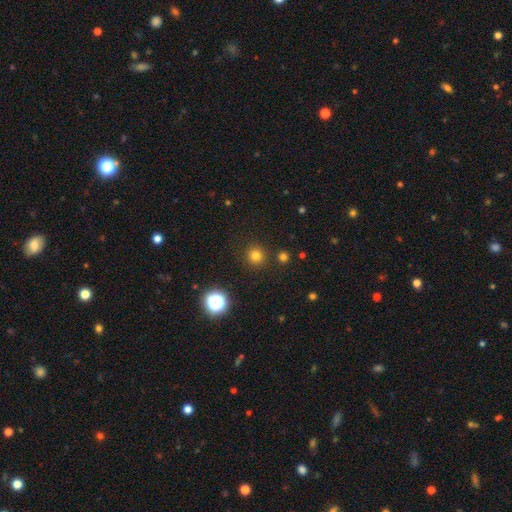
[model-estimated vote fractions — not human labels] This is likely a smooth galaxy (77%). How rounded: clearly round (95%). Merging: clearly none (90%).